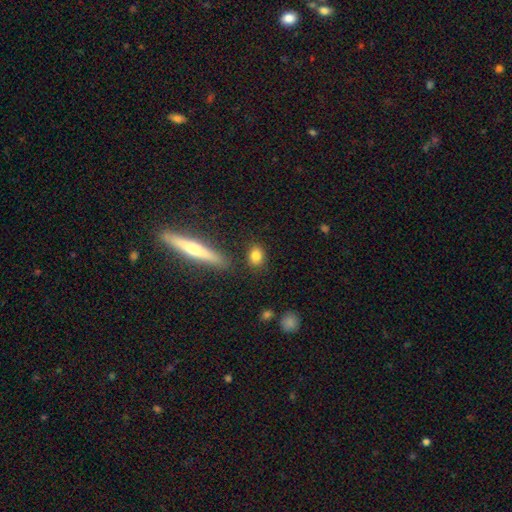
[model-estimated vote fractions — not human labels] This appears to be a smooth galaxy with no disk features (82%) that is in between round and cigar-shaped (58%). Merging: none (82%).